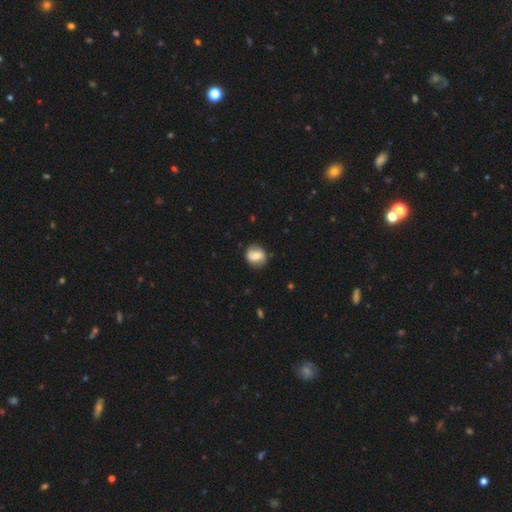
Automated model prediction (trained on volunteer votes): Smooth or featured?
  - smooth: 50% *
  - featured or disk: 42%
  - star or artifact: 8%
How rounded?
  - round: 76% *
  - in between: 22%
  - cigar-shaped: 1%
Merging?
  - none: 81% *
  - minor disturbance: 14%
  - major disturbance: 4%
  - merger: 2%